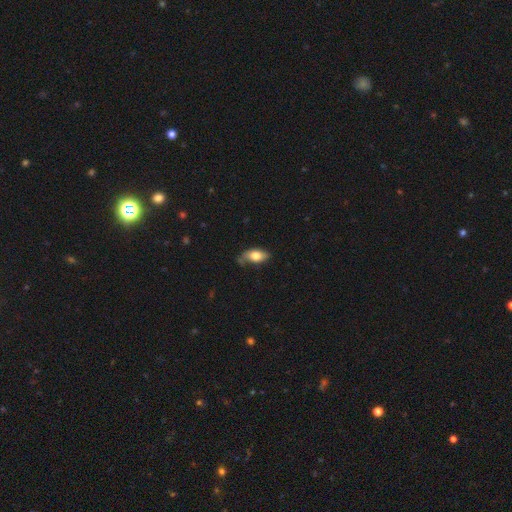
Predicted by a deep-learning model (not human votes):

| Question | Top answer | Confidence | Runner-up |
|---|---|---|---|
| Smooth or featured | smooth | 74% | featured or disk (19%) |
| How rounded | in between | 88% | cigar-shaped (7%) |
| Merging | none | 54% | minor disturbance (33%) |